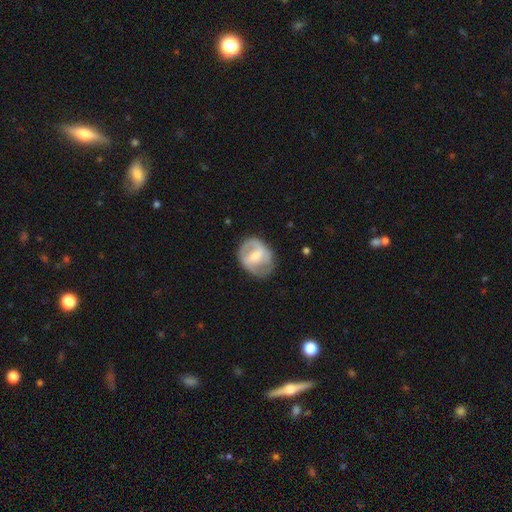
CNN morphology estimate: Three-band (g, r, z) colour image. It shows a featured or disk galaxy (66%) with a weak bar (45%), spiral arms (73%) and a moderate central bulge (48%). Merging: none (72%).